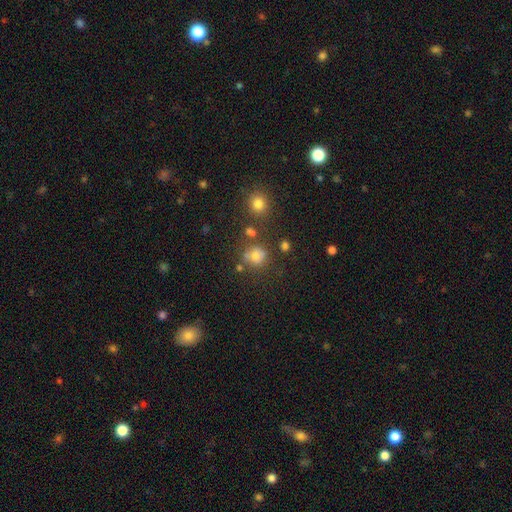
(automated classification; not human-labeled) This appears to be a smooth galaxy with no disk features (70%) that is round (81%). Merging: none (66%).